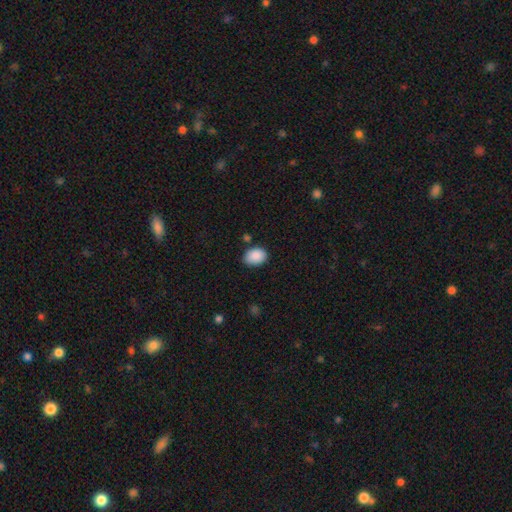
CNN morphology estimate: smooth 89%, star or artifact 8%, featured or disk 3%. Down the decision tree: how rounded — in between (74%); merging — none (76%).